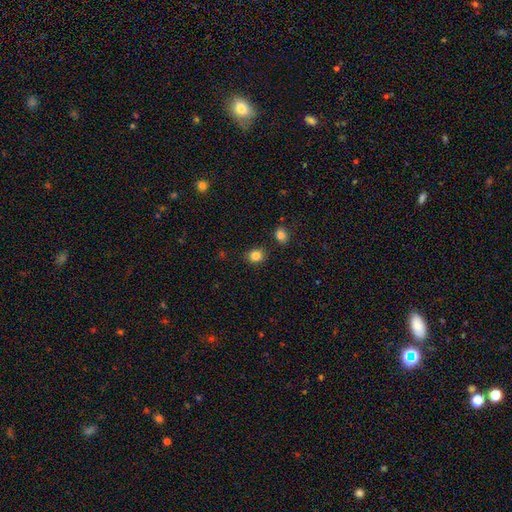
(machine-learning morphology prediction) The model was most divided on "how rounded": round: 70%, in between: 29%, cigar-shaped: 1%. More confident: smooth or featured — smooth (84%); merging — none (83%).